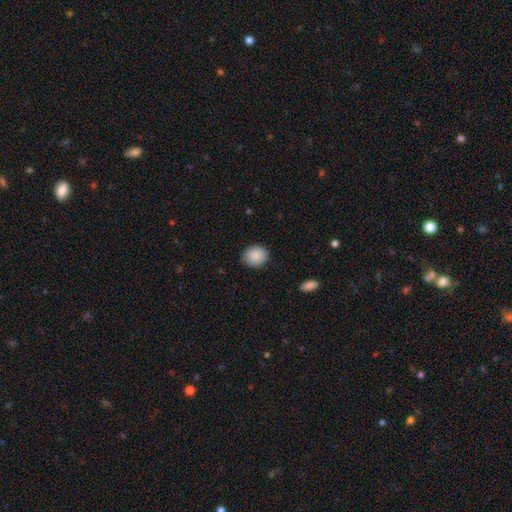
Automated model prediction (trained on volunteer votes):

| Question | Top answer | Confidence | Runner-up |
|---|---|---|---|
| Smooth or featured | smooth | 89% | star or artifact (7%) |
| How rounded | round | 60% | in between (39%) |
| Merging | none | 88% | minor disturbance (9%) |